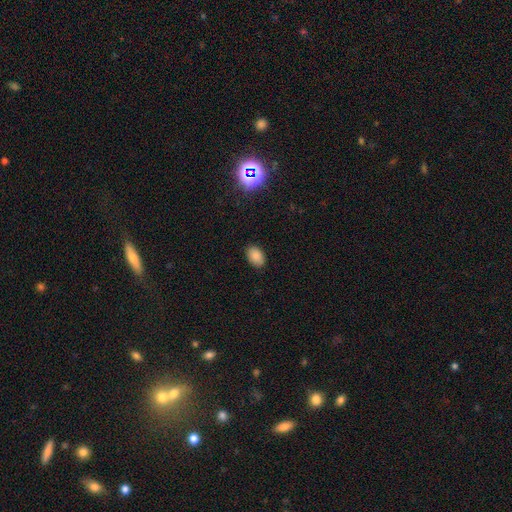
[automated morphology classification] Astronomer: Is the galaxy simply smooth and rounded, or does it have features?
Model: smooth — 85%.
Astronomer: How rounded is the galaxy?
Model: in between — 86%.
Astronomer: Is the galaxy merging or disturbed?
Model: none — 87%.